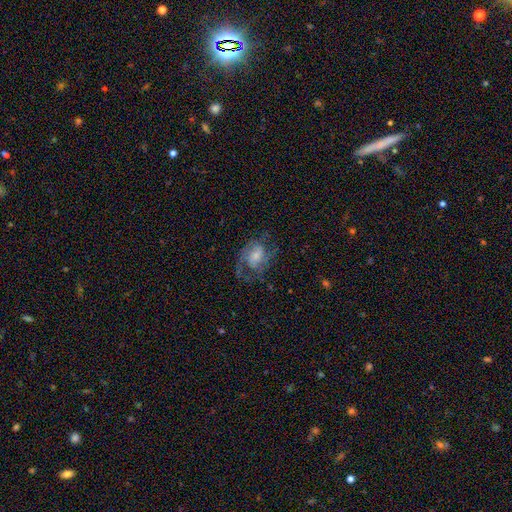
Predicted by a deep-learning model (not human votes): This is likely a featured or disk galaxy (74%). It is clearly not viewed edge-on (97%). Bar: possibly no (48%). Spiral arm pattern: clearly yes (91%). Spiral arm count: possibly 2 (53%). Spiral winding: possibly medium (49%). Central bulge: marginally moderate (40%). Merging: likely none (61%).